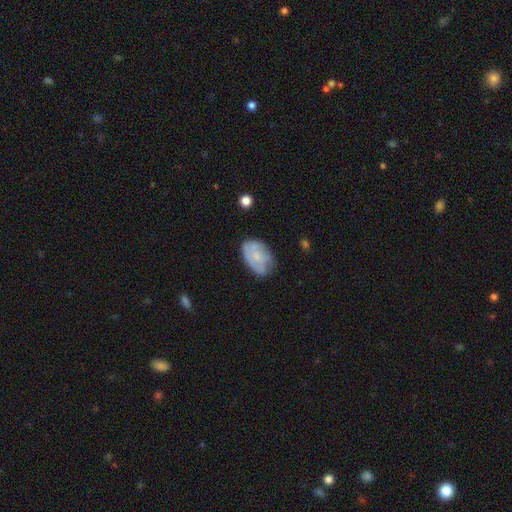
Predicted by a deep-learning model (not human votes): smooth 50%, featured or disk 42%, star or artifact 8%. Down the decision tree: how rounded — in between (87%); merging — none (63%).